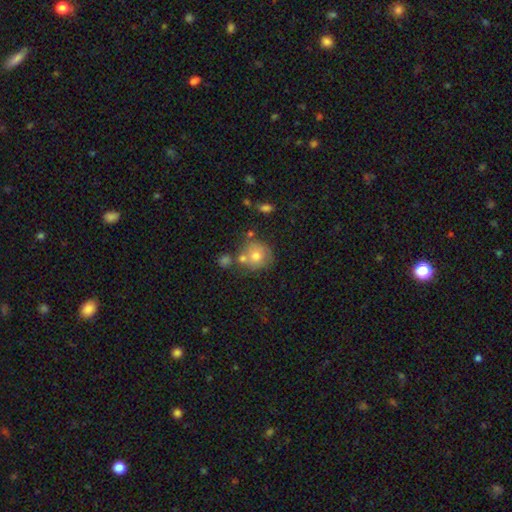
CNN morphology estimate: The model was most divided on "merging": none: 51%, merger: 27%, minor disturbance: 16%, major disturbance: 6%. More confident: how rounded — round (86%); smooth or featured — smooth (70%).